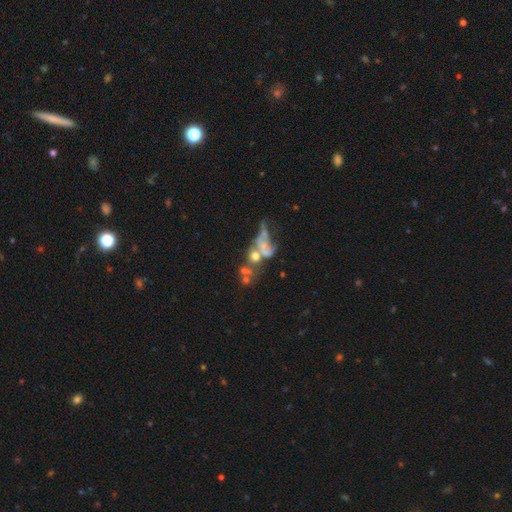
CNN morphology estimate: This appears to be a featured or disk galaxy (50%). Merging: merger (50%).